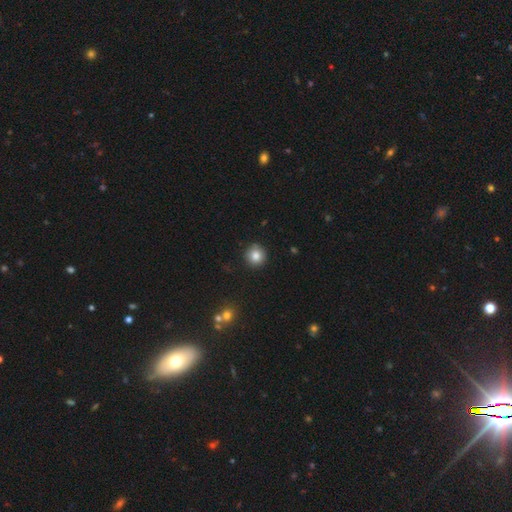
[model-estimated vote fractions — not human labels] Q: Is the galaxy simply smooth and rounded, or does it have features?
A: smooth — 83%.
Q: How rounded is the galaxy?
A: round — 94%.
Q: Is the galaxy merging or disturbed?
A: none — 89%.